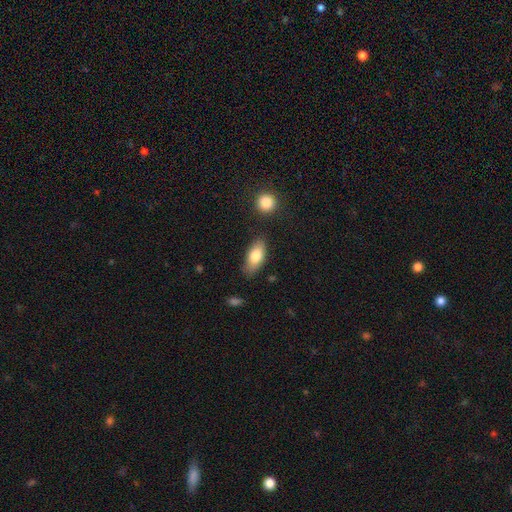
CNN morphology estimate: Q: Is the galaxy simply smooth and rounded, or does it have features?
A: smooth — 78%.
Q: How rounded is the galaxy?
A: in between — 86%.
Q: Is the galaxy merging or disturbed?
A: none — 80%.